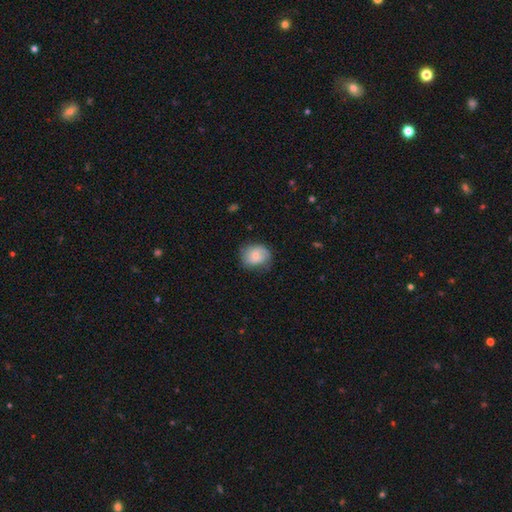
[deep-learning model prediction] Smooth or featured? smooth (65%)
How rounded? round (62%)
Merging? none (64%)